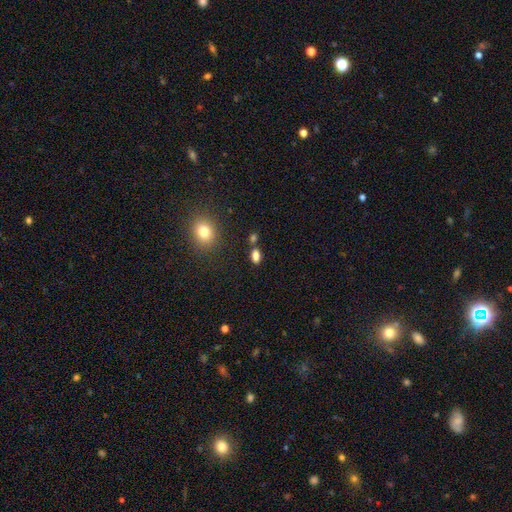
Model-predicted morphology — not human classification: smooth_or_featured: smooth (p=0.81) [alt: star or artifact p=0.12]
how_rounded: in between (p=0.82) [alt: round p=0.14]
merging: none (p=0.70) [alt: merger p=0.14]